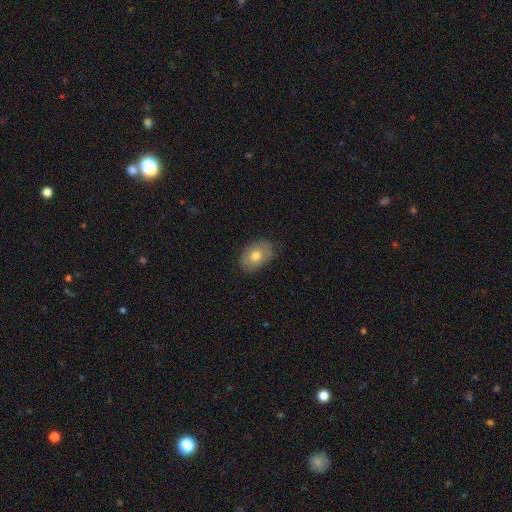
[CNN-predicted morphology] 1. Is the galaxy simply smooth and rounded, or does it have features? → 70% smooth, 23% featured or disk, 8% star or artifact.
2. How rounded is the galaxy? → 81% in between, 18% round, 1% cigar-shaped.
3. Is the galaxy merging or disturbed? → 78% none, 18% minor disturbance, 4% major disturbance, 1% merger.